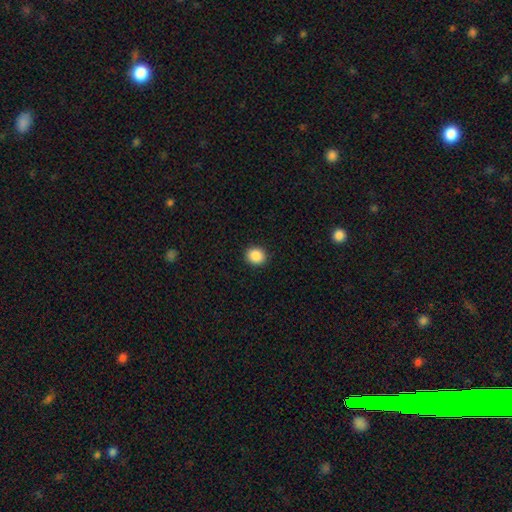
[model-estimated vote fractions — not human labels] Smooth or featured? Predicted: smooth (p=0.88). How rounded? Predicted: round (p=0.82). Merging? Predicted: none (p=0.92).